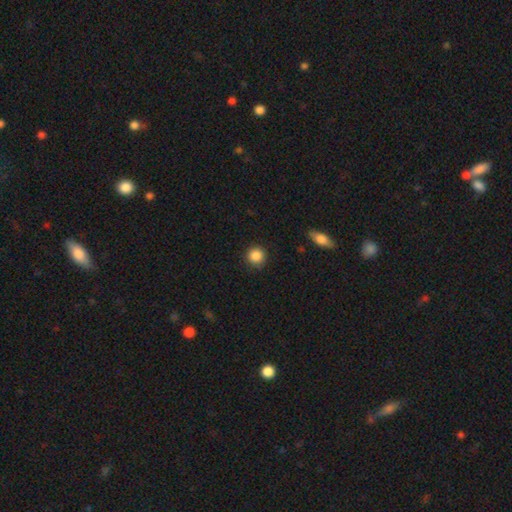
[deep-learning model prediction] Smooth or featured? Predicted: smooth (p=0.87). How rounded? Predicted: round (p=0.93). Merging? Predicted: none (p=0.88).